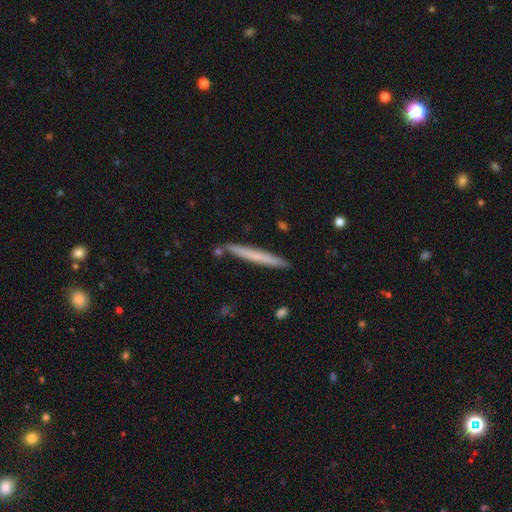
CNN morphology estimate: Smooth or featured? Predicted: smooth (p=0.61). How rounded? Predicted: cigar-shaped (p=0.97). Merging? Predicted: none (p=0.88).